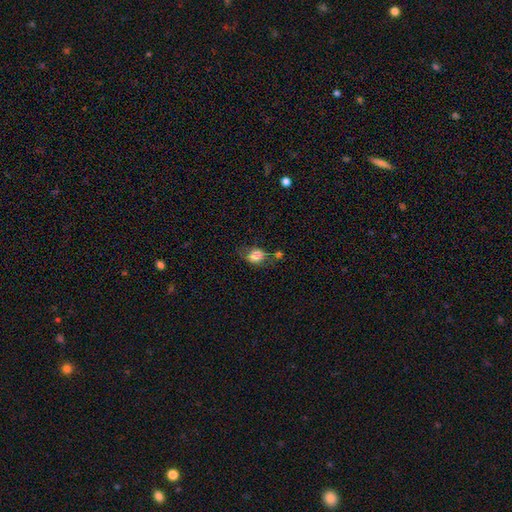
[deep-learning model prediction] smooth 80%, featured or disk 11%, star or artifact 9%. Down the decision tree: how rounded — in between (65%); merging — none (52%).